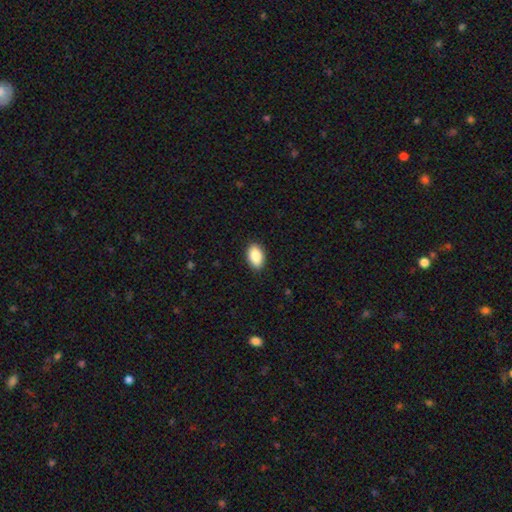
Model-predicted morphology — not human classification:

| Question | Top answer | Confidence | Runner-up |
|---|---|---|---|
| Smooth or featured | smooth | 87% | star or artifact (7%) |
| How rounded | in between | 92% | round (6%) |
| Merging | none | 89% | minor disturbance (8%) |